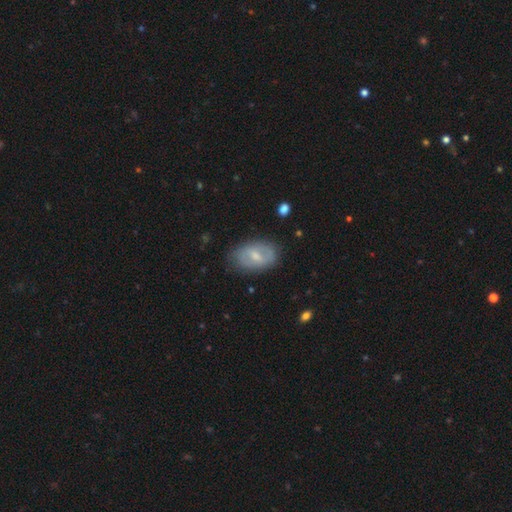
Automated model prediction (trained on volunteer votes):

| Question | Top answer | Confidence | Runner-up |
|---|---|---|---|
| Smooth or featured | featured or disk | 51% | smooth (42%) |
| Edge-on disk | no | 94% | yes (6%) |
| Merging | none | 74% | minor disturbance (19%) |